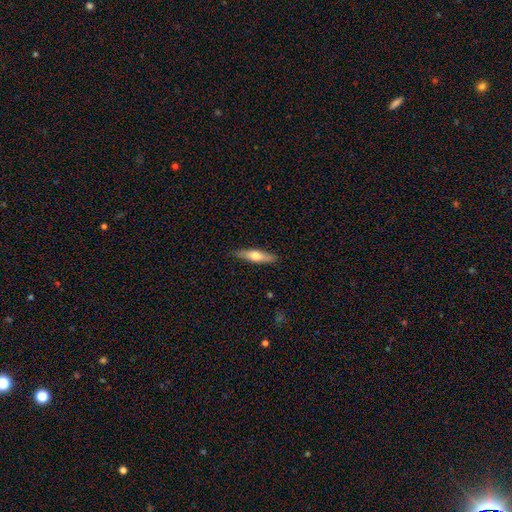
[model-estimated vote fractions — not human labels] The model was most divided on "smooth or featured": smooth: 57%, featured or disk: 38%, star or artifact: 6%. More confident: merging — none (87%); how rounded — cigar-shaped (73%).